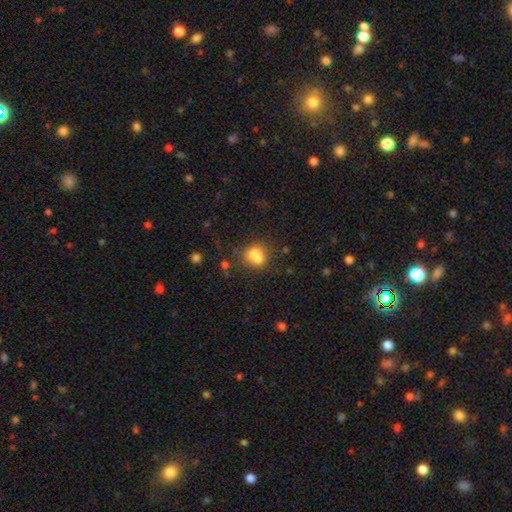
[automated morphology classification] smooth 67%, featured or disk 20%, star or artifact 13%. Down the decision tree: how rounded — round (68%); merging — merger (53%).